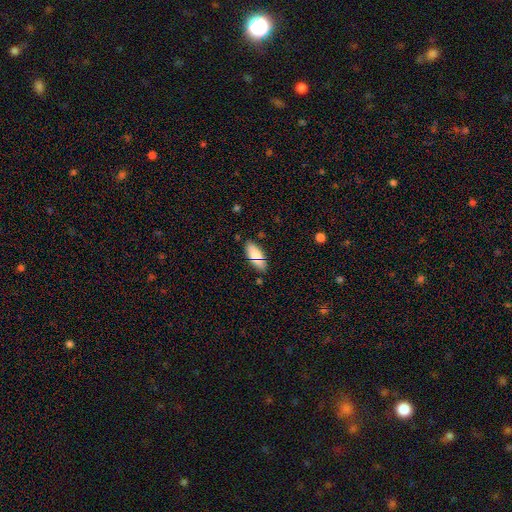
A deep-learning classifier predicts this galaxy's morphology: Overall: smooth (77%). How rounded: in between (82%). Merging: none (83%).